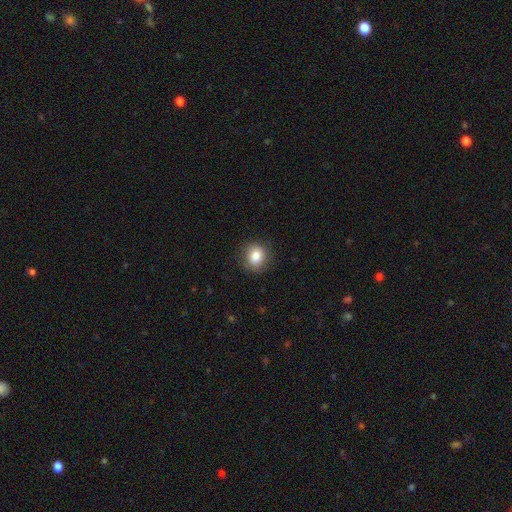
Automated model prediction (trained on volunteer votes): This appears to be a smooth galaxy with no disk features (82%) that is round (78%). Merging: none (87%).